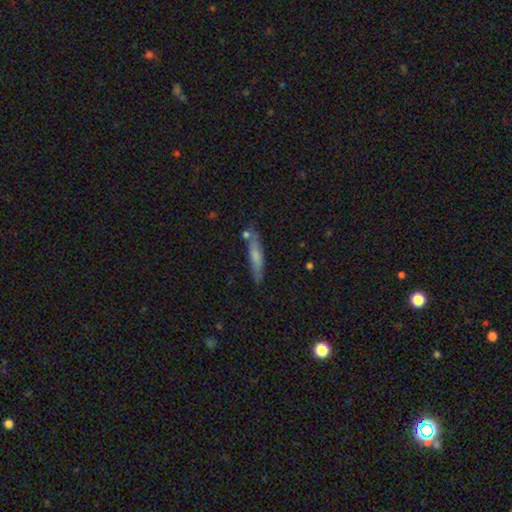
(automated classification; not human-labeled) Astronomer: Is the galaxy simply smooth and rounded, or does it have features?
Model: smooth — 64%.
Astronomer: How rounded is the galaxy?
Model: cigar-shaped — 86%.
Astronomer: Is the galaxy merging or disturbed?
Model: none — 75%.